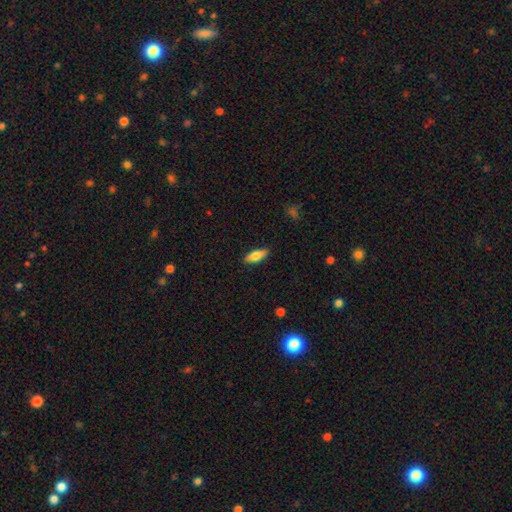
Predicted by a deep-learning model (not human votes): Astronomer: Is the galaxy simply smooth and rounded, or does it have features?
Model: smooth — 72%.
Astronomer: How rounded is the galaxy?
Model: in between — 63%.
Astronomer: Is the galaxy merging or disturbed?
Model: none — 87%.